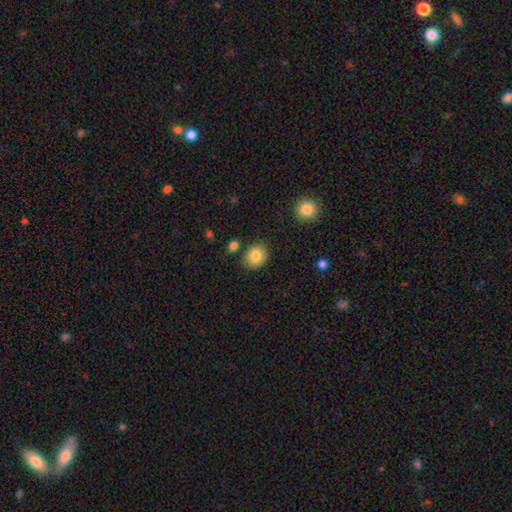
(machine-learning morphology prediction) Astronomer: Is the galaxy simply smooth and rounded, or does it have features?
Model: smooth — 83%.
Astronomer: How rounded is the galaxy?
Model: round — 59% (runner-up: in between, 40%).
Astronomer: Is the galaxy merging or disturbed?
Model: none — 83%.